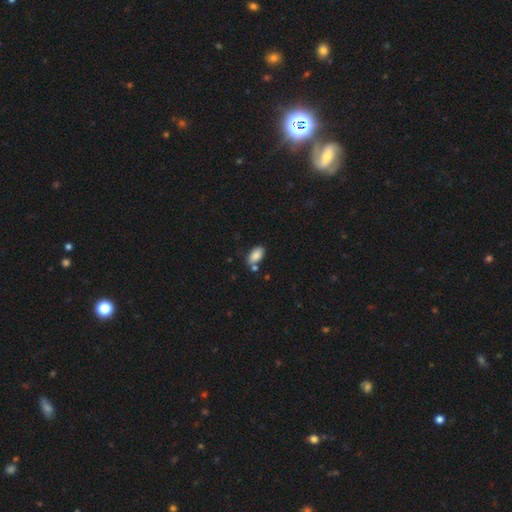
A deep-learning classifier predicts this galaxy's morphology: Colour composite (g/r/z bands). It shows a smooth galaxy with no disk features (87%) that is in between round and cigar-shaped (93%). Merging: none (70%).